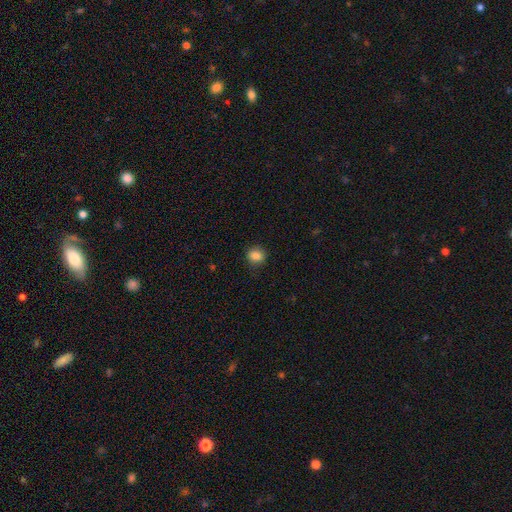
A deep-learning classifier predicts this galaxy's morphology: Overall: smooth (86%). How rounded: round (68%; in between 31%). Merging: none (85%).